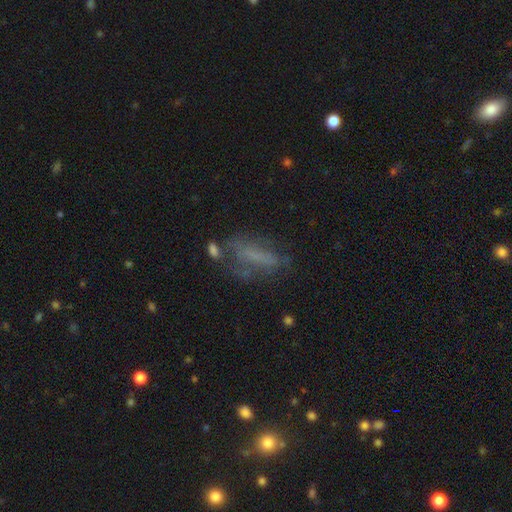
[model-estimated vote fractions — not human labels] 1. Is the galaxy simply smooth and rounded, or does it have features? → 47% smooth, 36% featured or disk, 17% star or artifact.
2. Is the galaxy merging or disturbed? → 46% none, 23% minor disturbance, 22% major disturbance, 9% merger.